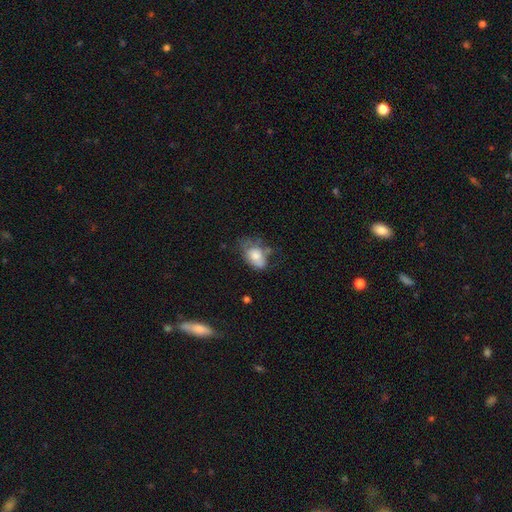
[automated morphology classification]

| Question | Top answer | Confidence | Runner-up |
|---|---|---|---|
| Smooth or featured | smooth | 70% | featured or disk (22%) |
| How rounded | in between | 84% | round (15%) |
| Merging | minor disturbance | 35% | none (33%) |